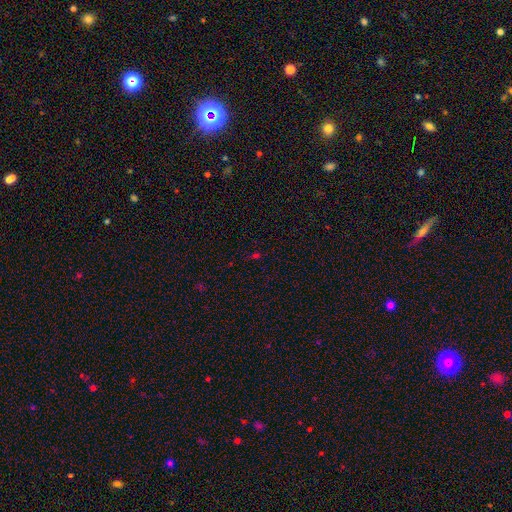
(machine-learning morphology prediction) star or artifact 59%, smooth 33%, featured or disk 8%.